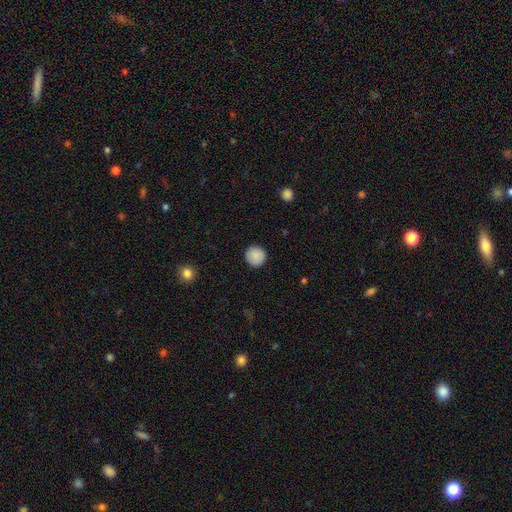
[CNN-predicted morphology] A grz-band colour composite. It shows a smooth galaxy with no disk features (89%) that is round (95%). Merging: none (92%).